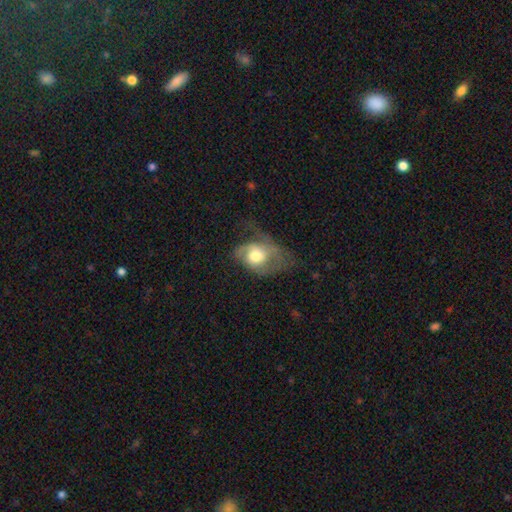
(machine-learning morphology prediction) smooth_or_featured: smooth (p=0.47) [alt: featured or disk p=0.46]
merging: major disturbance (p=0.45) [alt: none p=0.27]